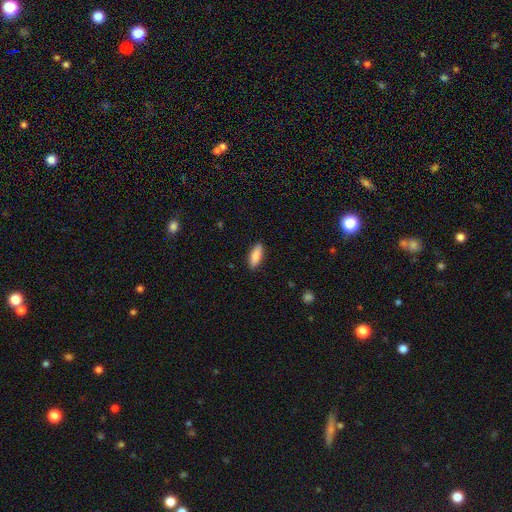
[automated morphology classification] A smooth galaxy with no disk features (86%) that is in between round and cigar-shaped (67%). Merging: none (89%).